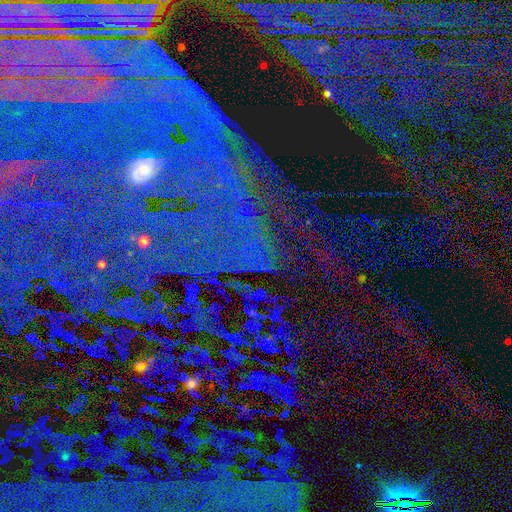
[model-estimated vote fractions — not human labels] Morphology: type=star or artifact (69%).